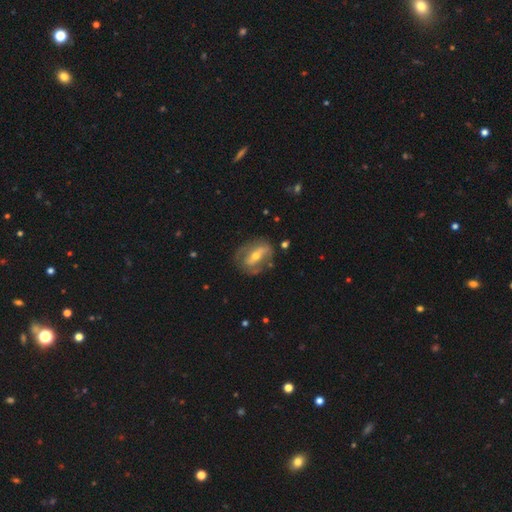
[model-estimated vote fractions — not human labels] smooth_or_featured: featured or disk (p=0.72) [alt: smooth p=0.21]
disk_edge_on: no (p=0.88) [alt: yes p=0.12]
bar: strong (p=0.52) [alt: weak p=0.28]
has_spiral_arms: yes (p=0.60) [alt: no p=0.40]
bulge_size: moderate (p=0.56) [alt: small p=0.39]
merging: none (p=0.66) [alt: minor disturbance p=0.20]